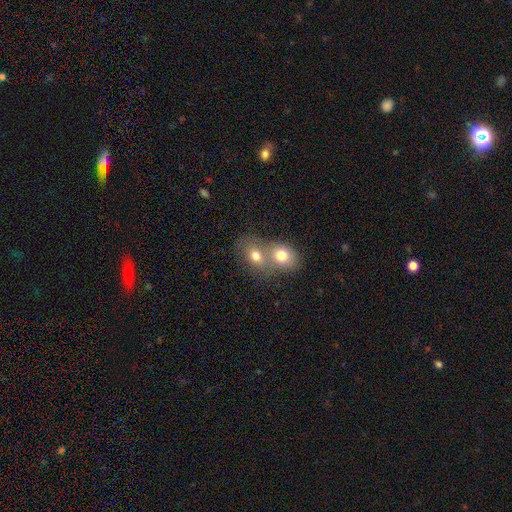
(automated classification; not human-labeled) Smooth or featured? Predicted: smooth (p=0.73). How rounded? Predicted: round (p=0.51). Merging? Predicted: merger (p=0.65).